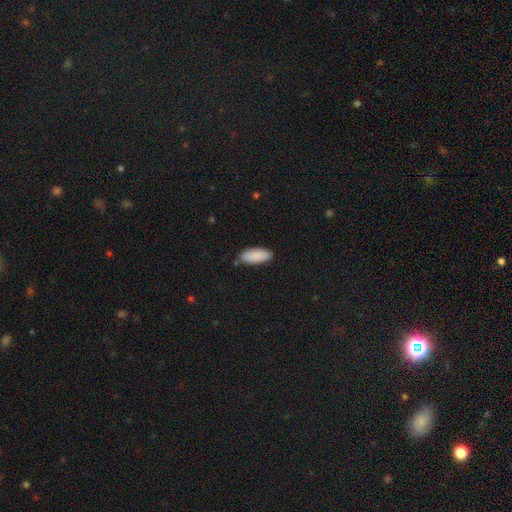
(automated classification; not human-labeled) This is clearly a smooth galaxy (89%). How rounded: likely in between (79%). Merging: clearly none (84%).